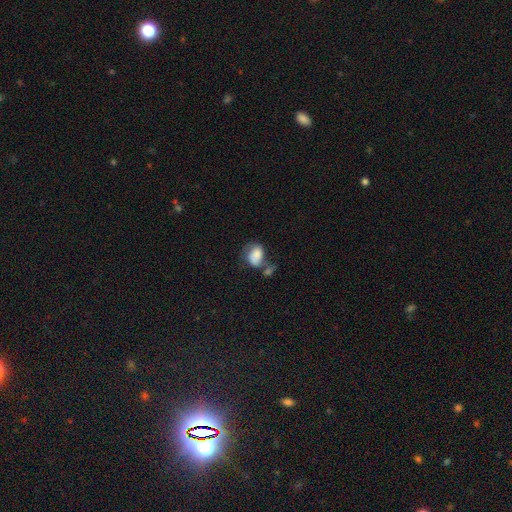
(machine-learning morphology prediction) smooth_or_featured: smooth (p=0.69) [alt: featured or disk p=0.22]
how_rounded: in between (p=0.75) [alt: round p=0.24]
merging: merger (p=0.33) [alt: none p=0.27]